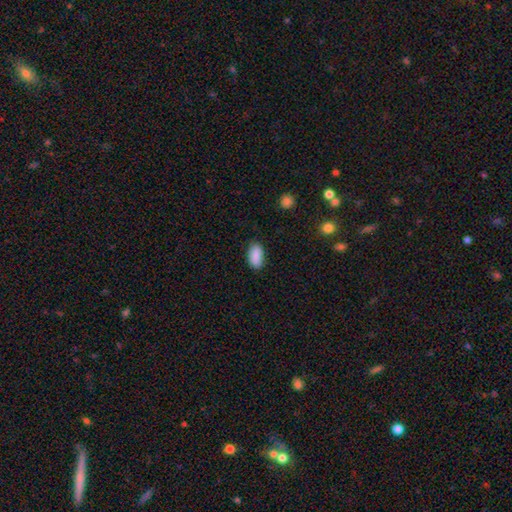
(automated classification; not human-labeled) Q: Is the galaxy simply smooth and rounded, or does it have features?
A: smooth — 89%.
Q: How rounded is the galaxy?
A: in between — 92%.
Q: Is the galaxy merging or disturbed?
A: none — 81%.